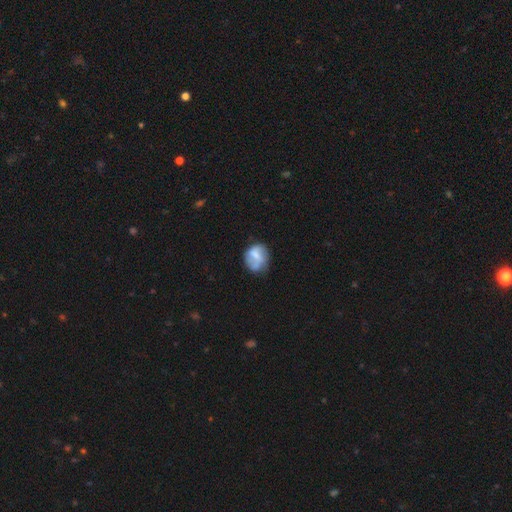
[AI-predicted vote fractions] smooth_or_featured: smooth (p=0.51) [alt: featured or disk p=0.41]
how_rounded: round (p=0.63) [alt: in between p=0.36]
merging: none (p=0.53) [alt: minor disturbance p=0.27]